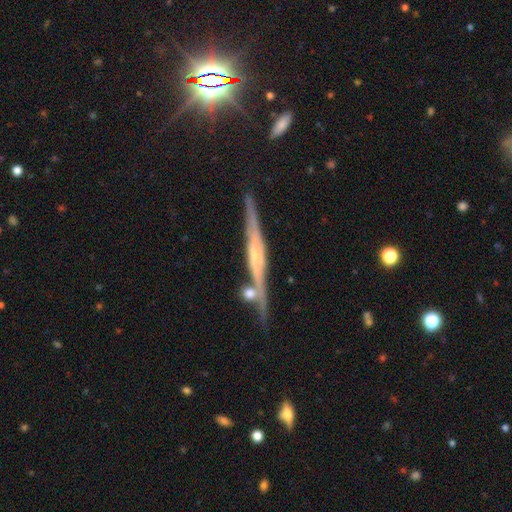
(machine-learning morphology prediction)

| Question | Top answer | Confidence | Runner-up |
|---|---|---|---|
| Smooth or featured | featured or disk | 78% | smooth (13%) |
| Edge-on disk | yes | 95% | no (5%) |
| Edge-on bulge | rounded | 58% | none (25%) |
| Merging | none | 75% | minor disturbance (12%) |